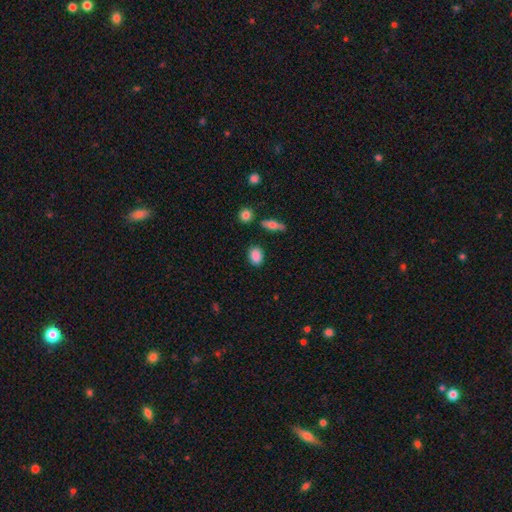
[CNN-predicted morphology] type=smooth (87%); roundness=in between (70%); merging=none (85%).